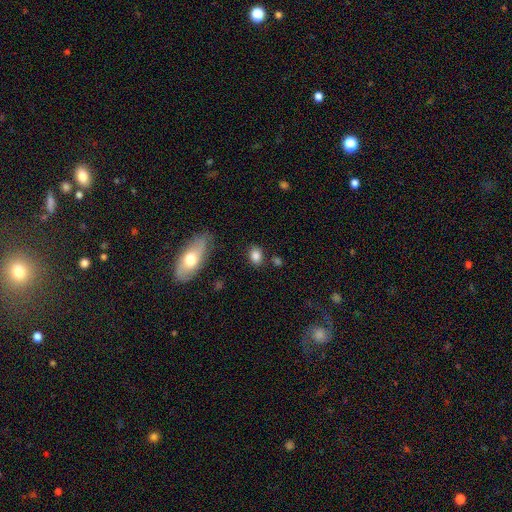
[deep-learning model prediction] smooth_or_featured: smooth (p=0.84) [alt: star or artifact p=0.09]
how_rounded: in between (p=0.66) [alt: round p=0.32]
merging: none (p=0.82) [alt: minor disturbance p=0.11]